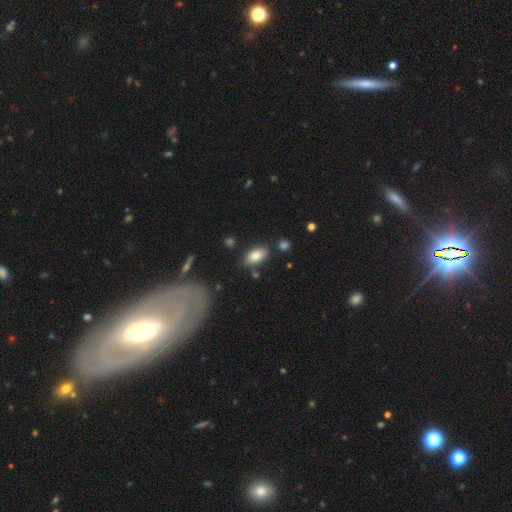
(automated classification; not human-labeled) This appears to be a smooth galaxy with no disk features (80%) that is in between round and cigar-shaped (90%). Merging: none (77%).